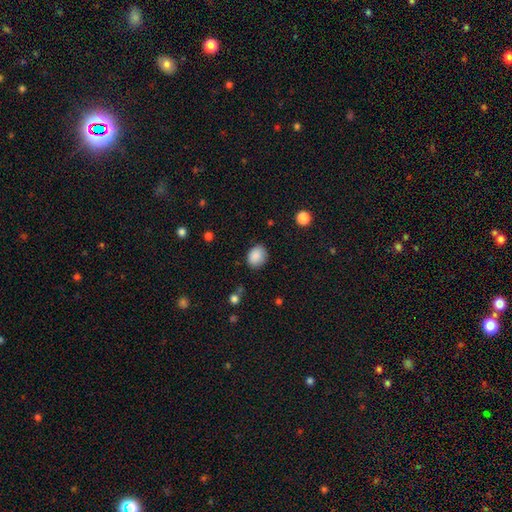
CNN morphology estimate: Smooth or featured: smooth — 88% (star or artifact — 8%)
How rounded: in between — 52% (round — 47%)
Merging: none — 81% (minor disturbance — 14%)